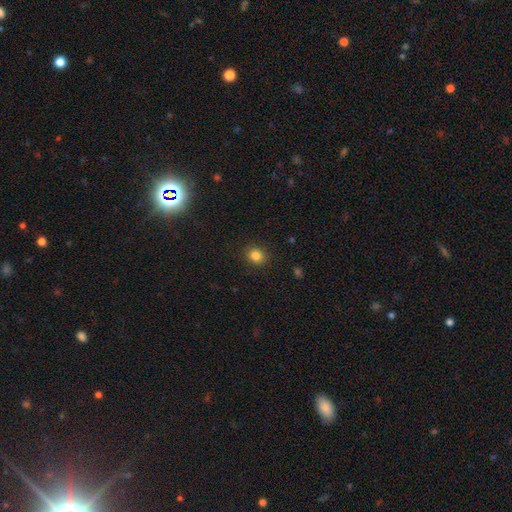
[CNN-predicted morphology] A smooth galaxy with no disk features (84%) that is round (72%).

Vote fractions:
- Smooth or featured? smooth: 84% / star or artifact: 12% / featured or disk: 5%
- How rounded? round: 72% / in between: 27% / cigar-shaped: 1%
- Merging? none: 89% / minor disturbance: 7% / major disturbance: 2% / merger: 1%